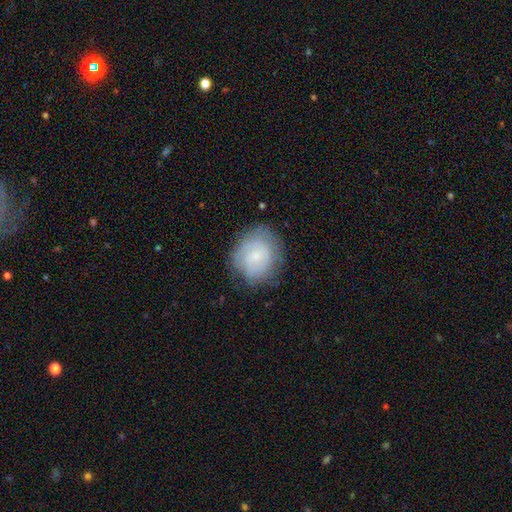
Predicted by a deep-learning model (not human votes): Overall: smooth (51%; featured or disk 40%). How rounded: round (73%). Merging: none (73%).